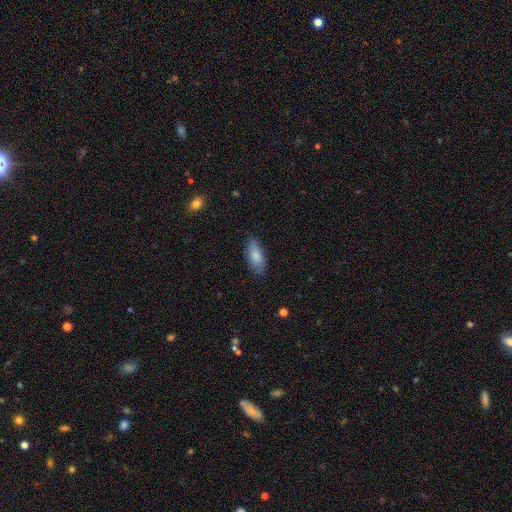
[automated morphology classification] This is clearly a smooth galaxy (82%). How rounded: likely in between (77%). Merging: clearly none (83%).